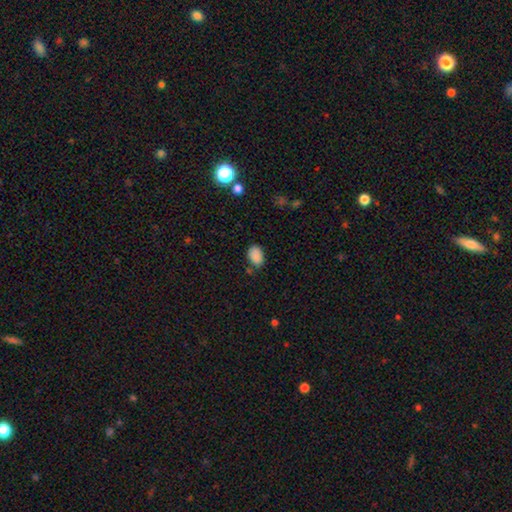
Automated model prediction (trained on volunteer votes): This appears to be a smooth galaxy with no disk features (87%) that is in between round and cigar-shaped (84%). Merging: none (72%).